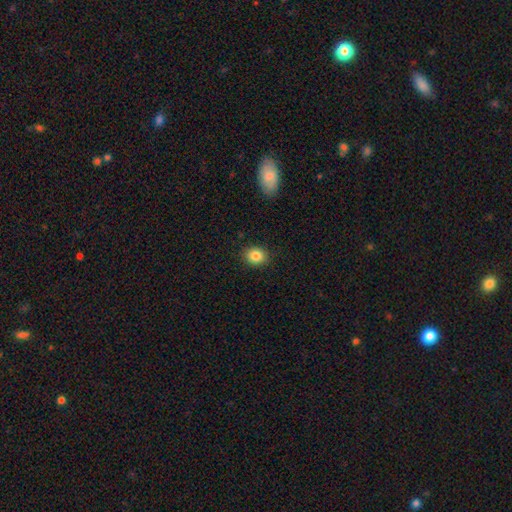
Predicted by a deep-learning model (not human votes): Morphology: type=smooth (84%); roundness=round (68%); merging=none (89%).